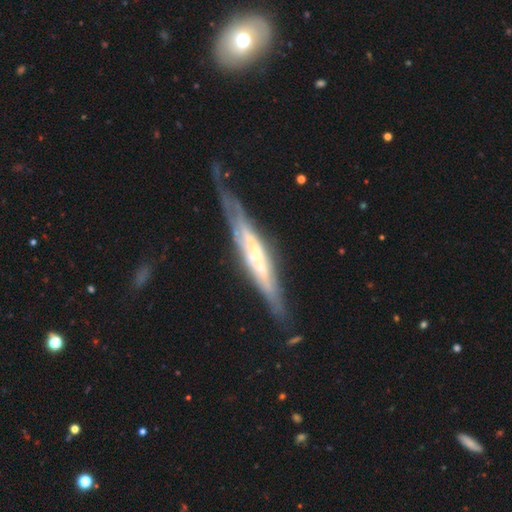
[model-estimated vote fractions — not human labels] Morphology: type=featured or disk (77%); edge-on=yes (79%); edge-on bulge=rounded (47%); merging=none (63%).